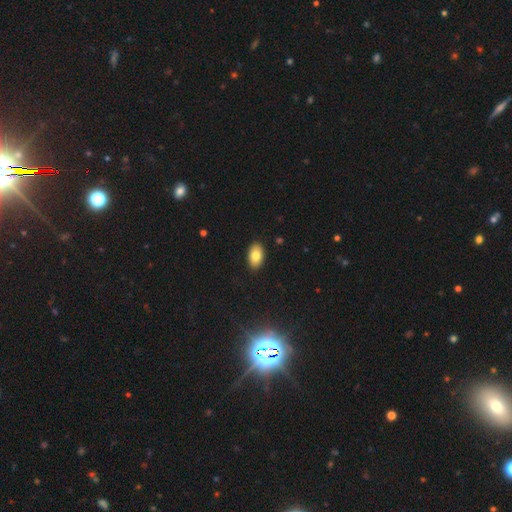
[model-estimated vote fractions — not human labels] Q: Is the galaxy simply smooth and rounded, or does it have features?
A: smooth — 80%.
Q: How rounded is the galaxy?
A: in between — 93%.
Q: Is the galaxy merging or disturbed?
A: none — 89%.